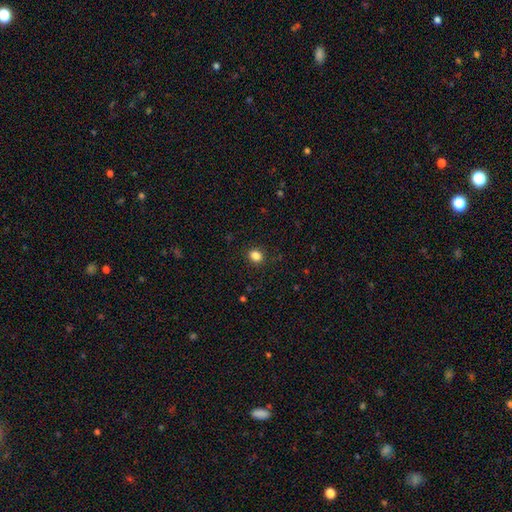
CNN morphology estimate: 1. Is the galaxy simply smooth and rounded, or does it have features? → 84% smooth, 12% star or artifact, 4% featured or disk.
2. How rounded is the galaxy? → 65% round, 34% in between, 1% cigar-shaped.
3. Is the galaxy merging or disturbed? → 90% none, 7% minor disturbance, 2% major disturbance, 1% merger.